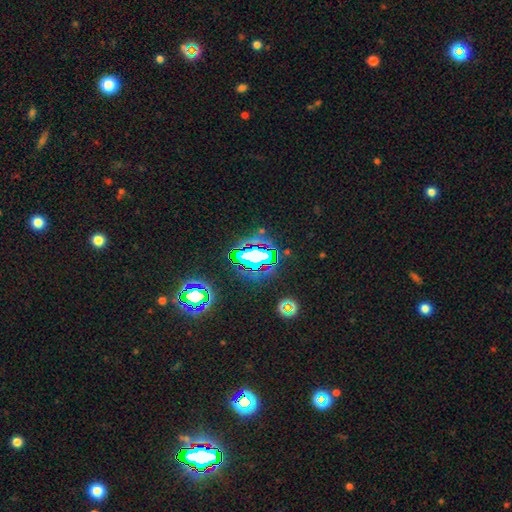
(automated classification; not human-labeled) This appears to be a star or artifact, not a galaxy (62%).